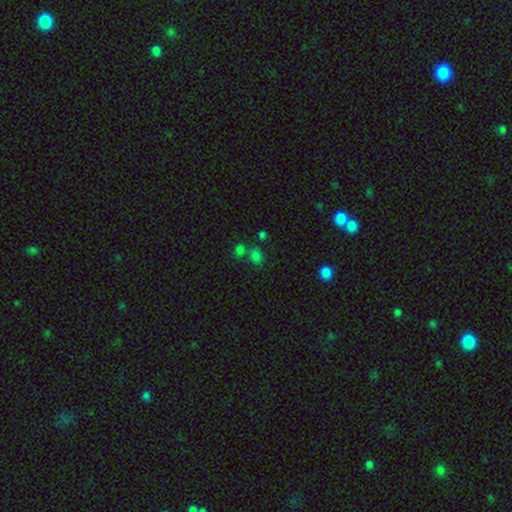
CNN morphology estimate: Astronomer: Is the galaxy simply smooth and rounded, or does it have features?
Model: smooth — 70%.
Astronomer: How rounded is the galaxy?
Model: round — 66%.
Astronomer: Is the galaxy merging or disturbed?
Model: none — 58%.